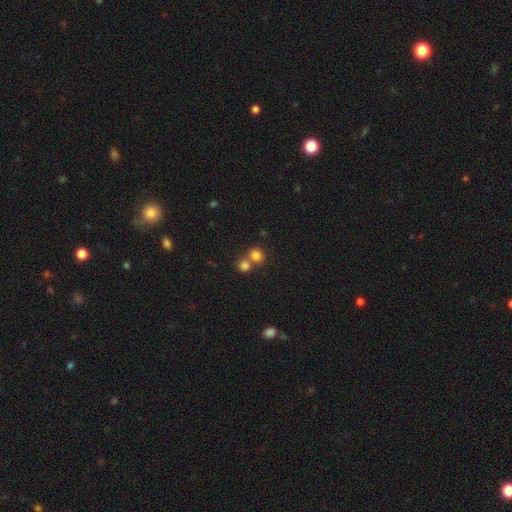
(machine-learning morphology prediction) Smooth or featured?
  - smooth: 81% *
  - star or artifact: 12%
  - featured or disk: 7%
How rounded?
  - round: 82% *
  - in between: 17%
  - cigar-shaped: 1%
Merging?
  - none: 51% *
  - merger: 40%
  - minor disturbance: 6%
  - major disturbance: 3%